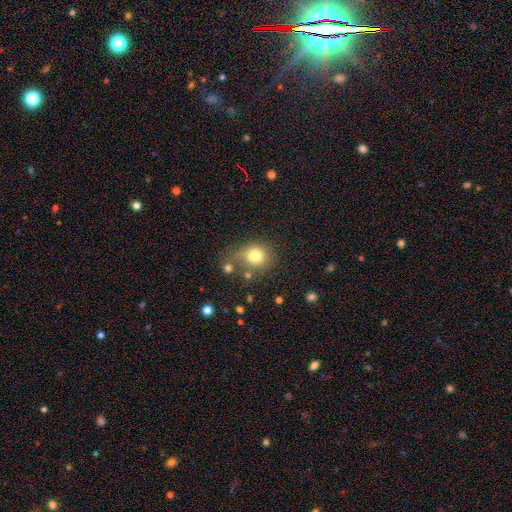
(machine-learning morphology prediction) A smooth galaxy with no disk features (77%) that is round (70%).

Vote fractions:
- Smooth or featured? smooth: 77% / star or artifact: 12% / featured or disk: 11%
- How rounded? round: 70% / in between: 29% / cigar-shaped: 1%
- Merging? none: 51% / minor disturbance: 23% / merger: 13% / major disturbance: 13%